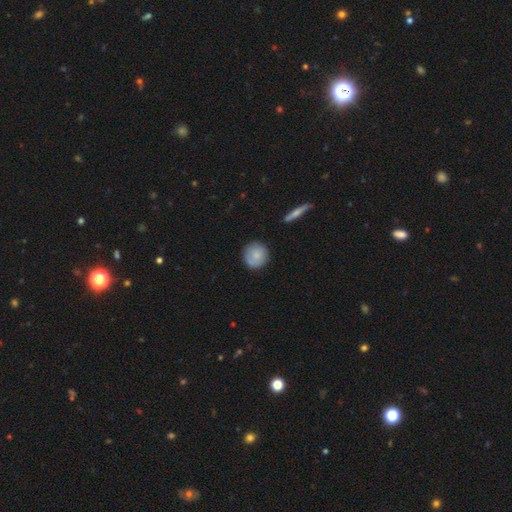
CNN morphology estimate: This appears to be a smooth galaxy with no disk features (82%) that is round (90%). Merging: none (84%).